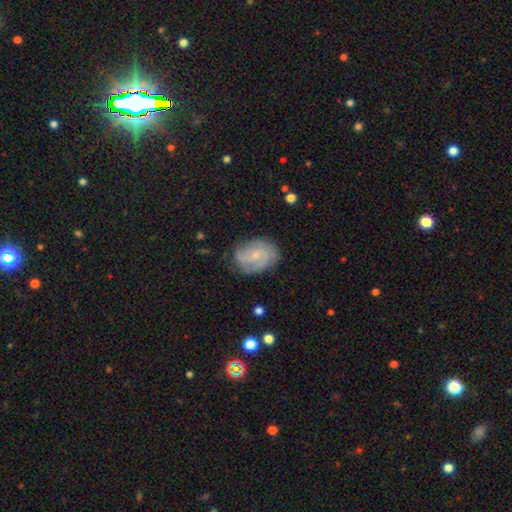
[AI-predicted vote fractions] Smooth or featured? featured or disk (71%)
Edge-on disk? no (97%)
Bar? no (65%)
Spiral arms? yes (92%)
Spiral winding? tight (51%)
Spiral arm count? 2 (35%)
Bulge size? small (71%)
Merging? none (74%)